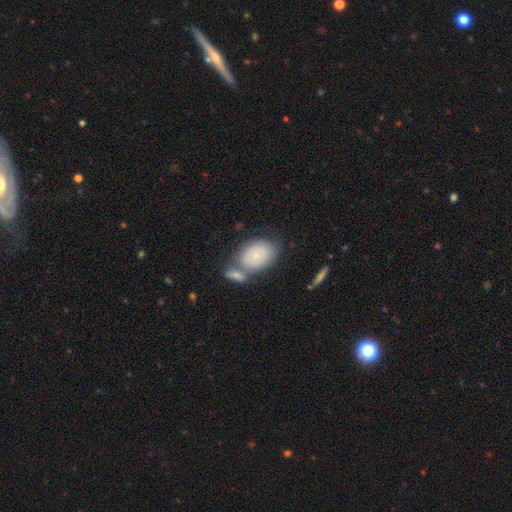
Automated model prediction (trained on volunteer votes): Overall: smooth (76%). How rounded: in between (81%). Merging: none (47%; merger 31%).